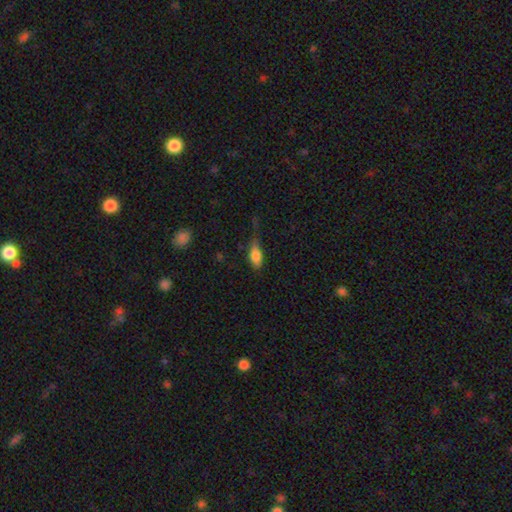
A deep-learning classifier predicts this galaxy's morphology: A smooth galaxy with no disk features (78%) that is in between round and cigar-shaped (83%). Merging: none (40%).